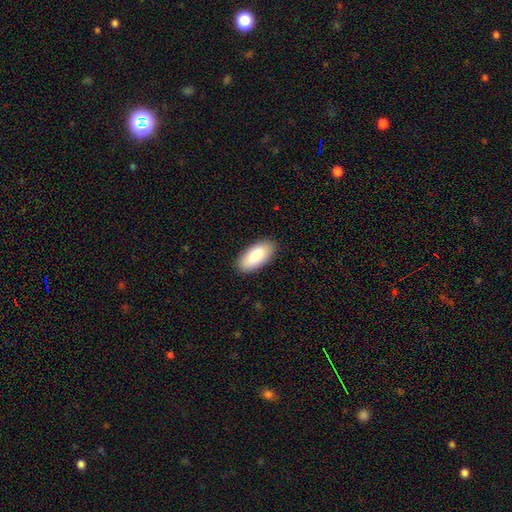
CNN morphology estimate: smooth_or_featured: smooth (p=0.88) [alt: featured or disk p=0.07]
how_rounded: in between (p=0.93) [alt: cigar-shaped p=0.05]
merging: none (p=0.88) [alt: minor disturbance p=0.09]